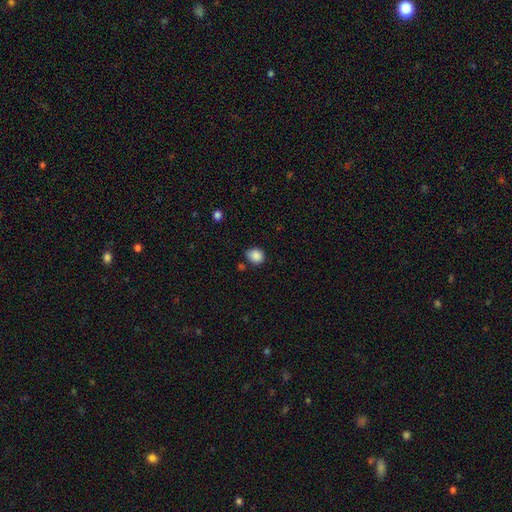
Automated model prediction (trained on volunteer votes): This appears to be a smooth galaxy with no disk features (87%) that is round (71%). Merging: none (71%).